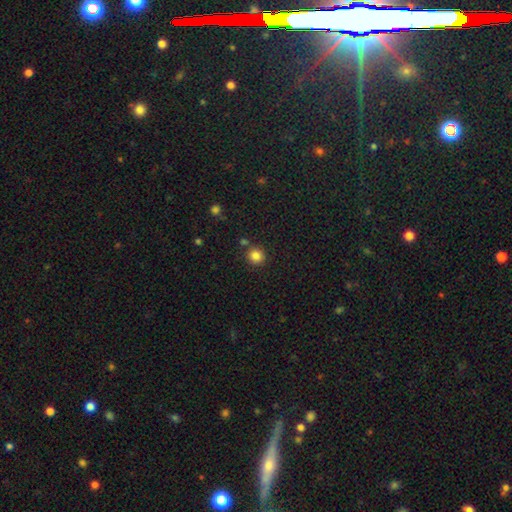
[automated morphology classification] Smooth or featured? smooth (84%)
How rounded? round (92%)
Merging? none (82%)